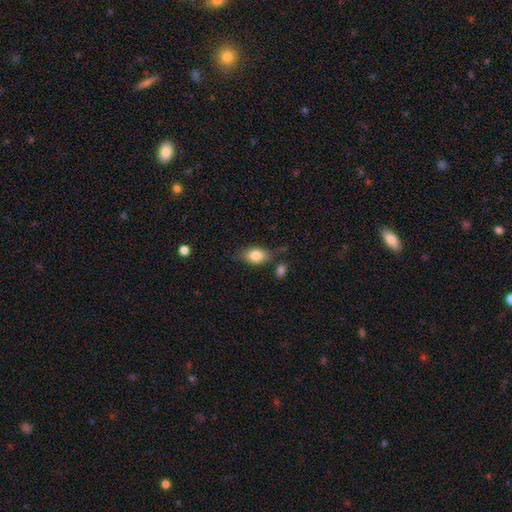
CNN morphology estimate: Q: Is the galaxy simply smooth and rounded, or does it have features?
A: smooth — 82%.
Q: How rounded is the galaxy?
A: in between — 86%.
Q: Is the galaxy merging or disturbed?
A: none — 70%.